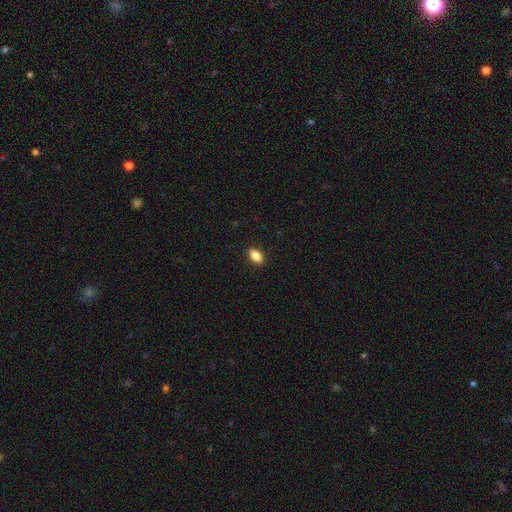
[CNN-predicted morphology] Smooth or featured: smooth — 85% (star or artifact — 8%)
How rounded: in between — 88% (round — 7%)
Merging: none — 90% (minor disturbance — 7%)